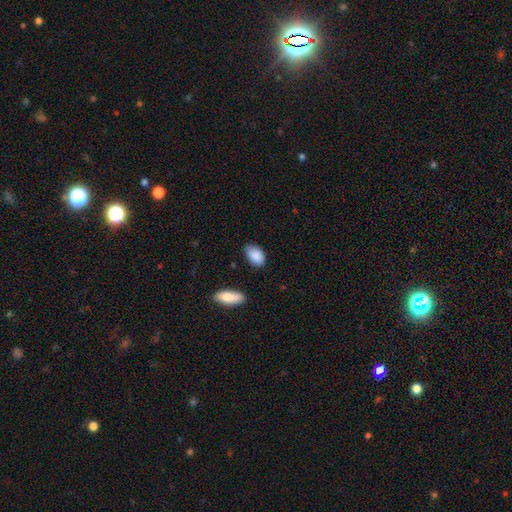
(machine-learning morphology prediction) Smooth or featured: smooth — 88% (star or artifact — 7%)
How rounded: in between — 92% (round — 6%)
Merging: none — 66% (minor disturbance — 27%)